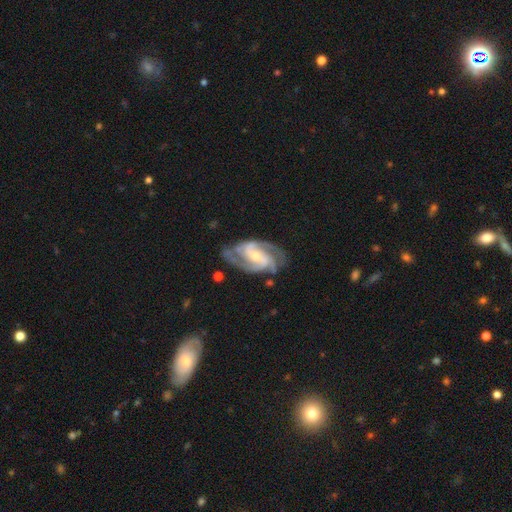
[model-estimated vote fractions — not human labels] This appears to be a featured or disk galaxy (91%) with a weak bar (41%), 3 (38%) medium (50%) spiral arms (98%) and a small central bulge (51%). Merging: none (72%).